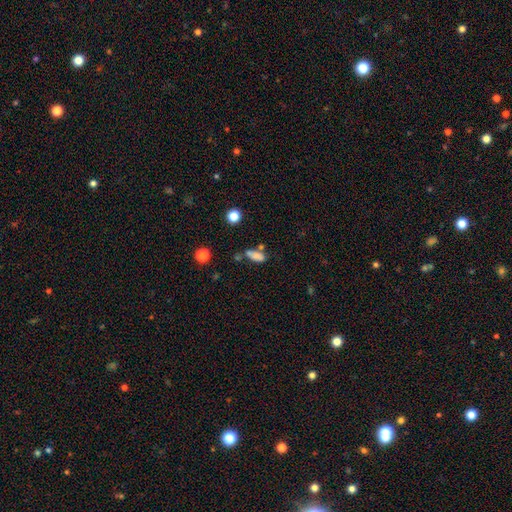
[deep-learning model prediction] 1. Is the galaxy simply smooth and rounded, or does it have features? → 75% smooth, 13% featured or disk, 12% star or artifact.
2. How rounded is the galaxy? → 72% in between, 22% cigar-shaped, 6% round.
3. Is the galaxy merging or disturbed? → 45% none, 24% merger, 21% minor disturbance, 10% major disturbance.